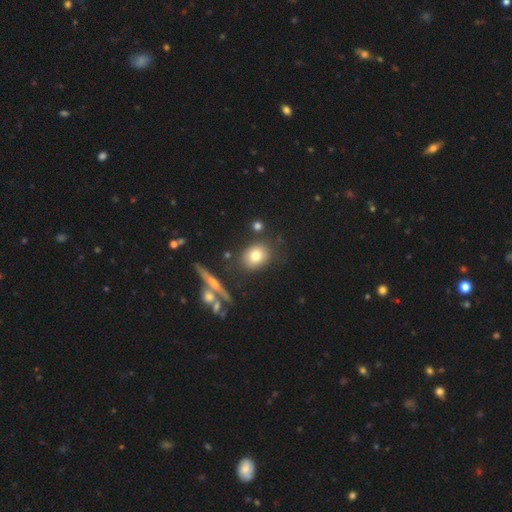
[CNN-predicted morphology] A smooth galaxy with no disk features (77%) that is round (50%). Merging: none (78%).